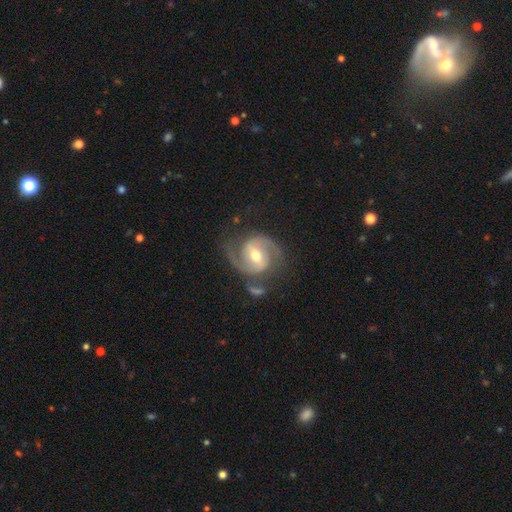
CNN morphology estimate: A featured or disk galaxy (90%) with a weak bar (49%), 2 (91%) medium (56%) spiral arms (98%) and a moderate central bulge (71%).

Vote fractions:
- Smooth or featured? featured or disk: 90% / smooth: 5% / star or artifact: 5%
- Edge-on disk? no: 98% / yes: 2%
- Bar? weak: 49% / strong: 29% / no: 22%
- Spiral arms? yes: 98% / no: 2%
- Spiral winding? medium: 56% / tight: 32% / loose: 13%
- Spiral arm count? 2: 91% / can't tell: 3% / 3: 2% / 1: 1% / 4: 1% / more than 4: 1%
- Bulge size? moderate: 71% / small: 22% / large: 5% / none: 1% / dominant: 1%
- Merging? none: 71% / minor disturbance: 16% / major disturbance: 7% / merger: 6%